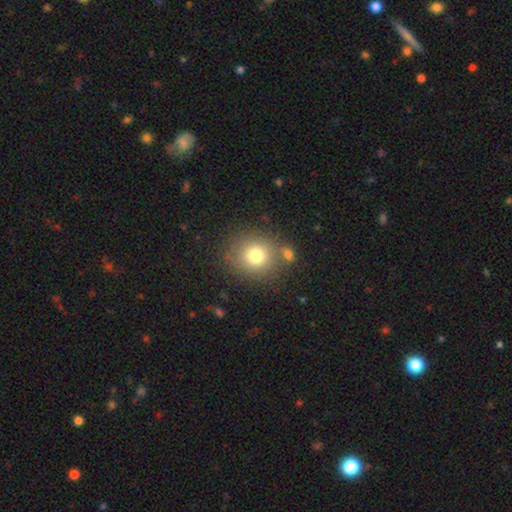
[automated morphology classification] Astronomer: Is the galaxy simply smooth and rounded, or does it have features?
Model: smooth — 77%.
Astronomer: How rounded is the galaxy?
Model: round — 81%.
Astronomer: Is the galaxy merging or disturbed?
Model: none — 74%.